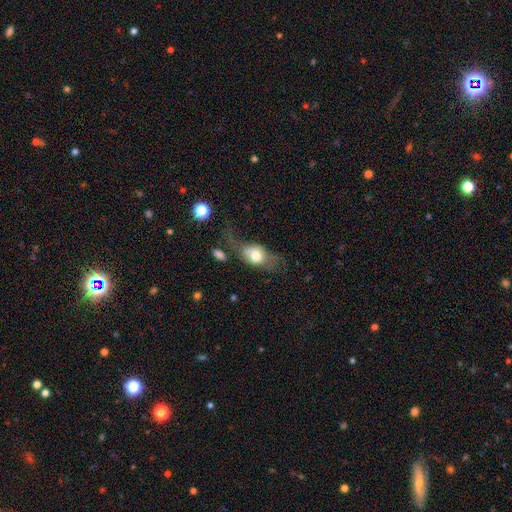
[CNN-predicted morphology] This appears to be a smooth galaxy with no disk features (63%) that is in between round and cigar-shaped (71%). Merging: major disturbance (40%).